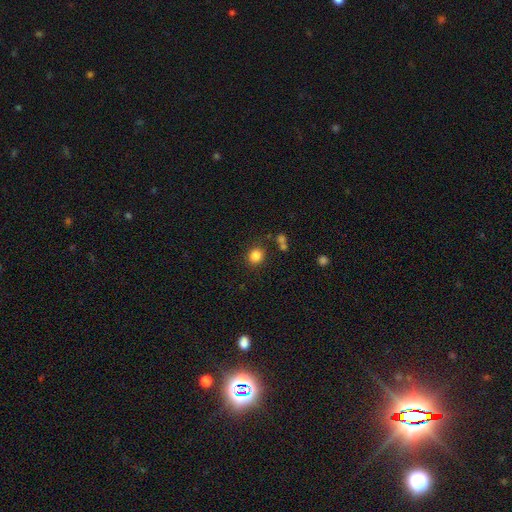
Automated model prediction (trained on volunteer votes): A smooth galaxy with no disk features (83%) that is round (85%). Merging: none (83%).